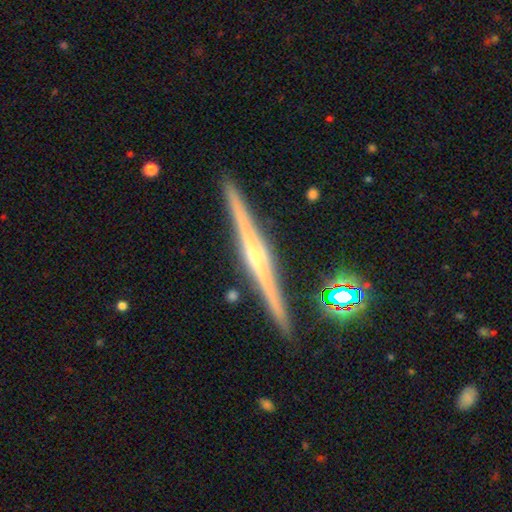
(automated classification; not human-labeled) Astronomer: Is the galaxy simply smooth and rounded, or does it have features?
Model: featured or disk — 83%.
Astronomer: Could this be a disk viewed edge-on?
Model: yes — 98%.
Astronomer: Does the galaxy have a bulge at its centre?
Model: rounded — 76%.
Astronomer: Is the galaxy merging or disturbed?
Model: none — 91%.